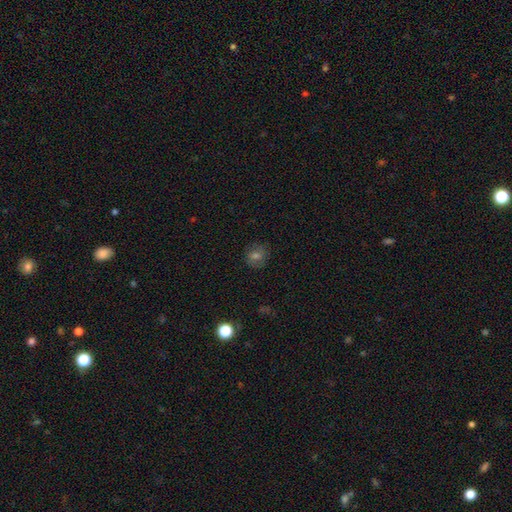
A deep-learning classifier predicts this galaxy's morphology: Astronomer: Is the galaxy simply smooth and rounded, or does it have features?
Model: smooth — 60%.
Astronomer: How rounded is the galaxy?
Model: round — 81%.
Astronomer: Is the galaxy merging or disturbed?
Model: none — 85%.